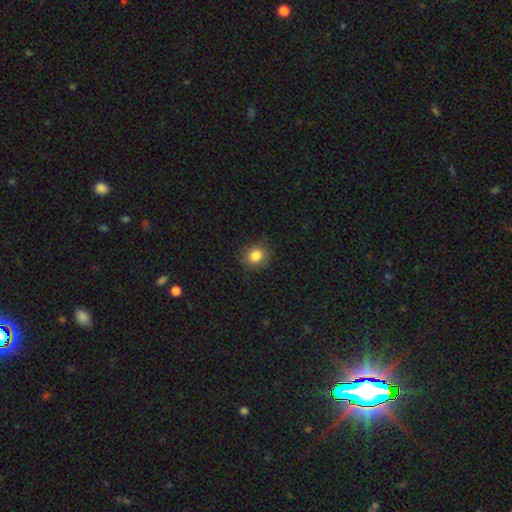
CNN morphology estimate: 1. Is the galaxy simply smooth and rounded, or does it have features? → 84% smooth, 10% star or artifact, 6% featured or disk.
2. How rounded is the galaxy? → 69% round, 30% in between, 1% cigar-shaped.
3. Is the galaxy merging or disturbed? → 79% none, 16% minor disturbance, 4% major disturbance, 1% merger.